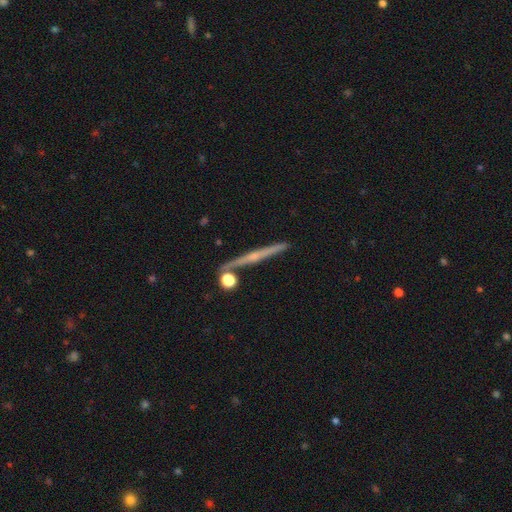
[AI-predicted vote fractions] smooth-or-featured: featured or disk: 70% | smooth: 22% | star or artifact: 8%
  disk-edge-on: yes: 97% | no: 3%
    edge-on-bulge: rounded: 53% | none: 39% | boxy: 8%
  merging: none: 84% | minor disturbance: 9% | merger: 5% | major disturbance: 3%